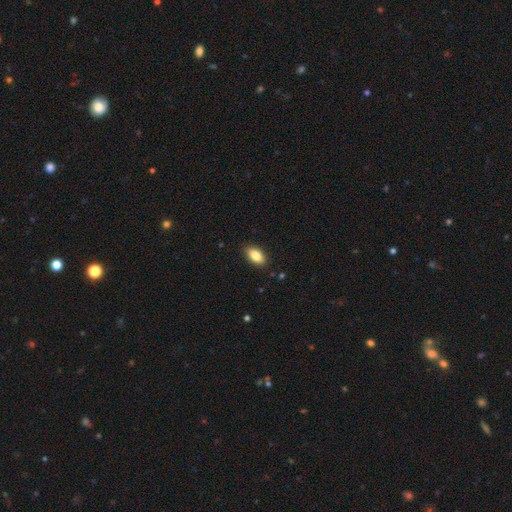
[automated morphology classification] Smooth or featured?
  - smooth: 84% *
  - featured or disk: 8%
  - star or artifact: 7%
How rounded?
  - in between: 92% *
  - round: 4%
  - cigar-shaped: 4%
Merging?
  - none: 88% *
  - minor disturbance: 9%
  - major disturbance: 2%
  - merger: 1%